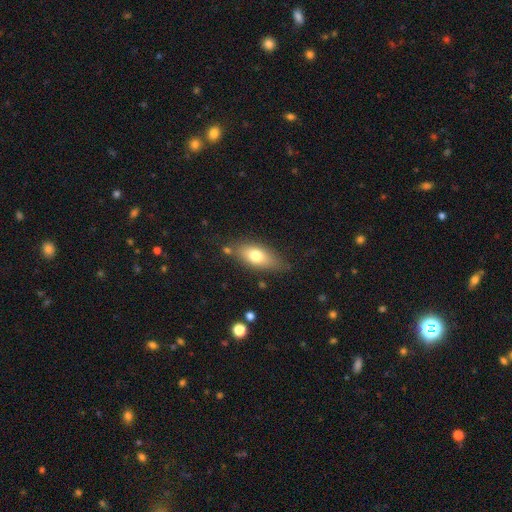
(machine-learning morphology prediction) This is likely a smooth galaxy (72%). How rounded: clearly in between (81%). Merging: likely none (74%).